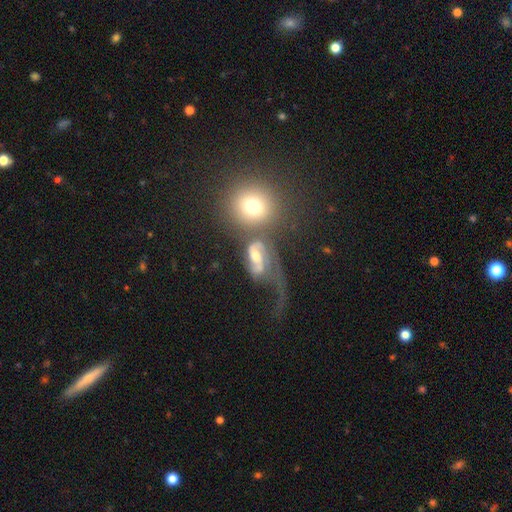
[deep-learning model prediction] Smooth or featured?
  - featured or disk: 55% *
  - smooth: 32%
  - star or artifact: 13%
Edge-on disk?
  - no: 93% *
  - yes: 7%
Bar?
  - no: 50% *
  - weak: 33%
  - strong: 17%
Spiral arms?
  - yes: 68% *
  - no: 32%
Bulge size?
  - moderate: 54% *
  - small: 25%
  - large: 13%
  - none: 5%
  - dominant: 3%
Merging?
  - merger: 41% *
  - major disturbance: 33%
  - none: 17%
  - minor disturbance: 9%